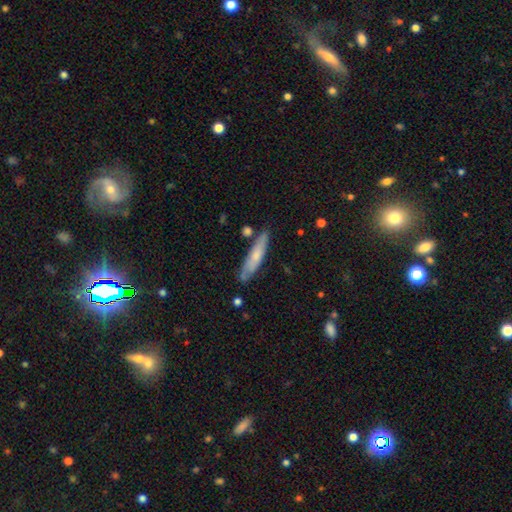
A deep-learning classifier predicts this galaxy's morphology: Overall: smooth (65%; featured or disk 29%). How rounded: cigar-shaped (84%). Merging: none (75%).